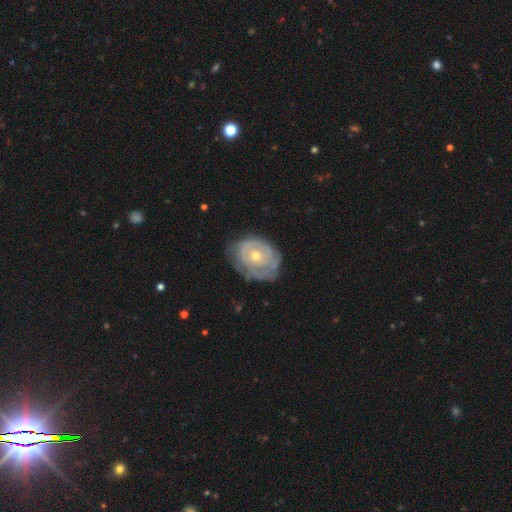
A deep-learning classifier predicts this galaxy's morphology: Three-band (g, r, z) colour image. It shows a featured or disk galaxy (71%) with no bar (83%), spiral arms (70%) and a small central bulge (49%). Merging: none (65%).